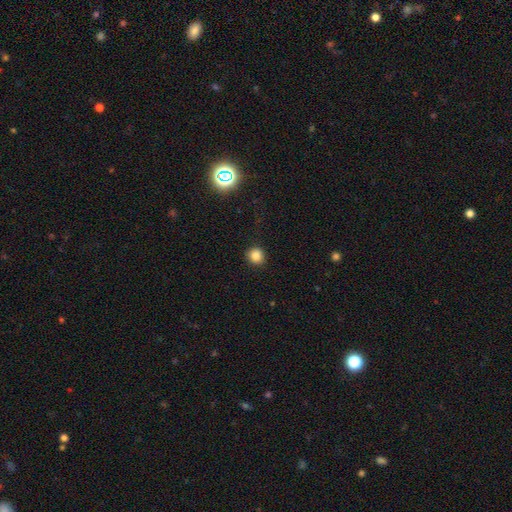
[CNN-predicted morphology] This is clearly a smooth galaxy (84%). How rounded: clearly round (87%). Merging: clearly none (90%).